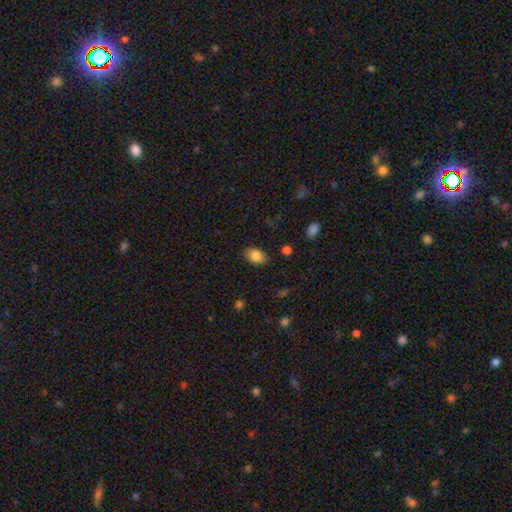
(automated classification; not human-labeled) This appears to be a smooth galaxy with no disk features (84%) that is in between round and cigar-shaped (82%). Merging: none (83%).